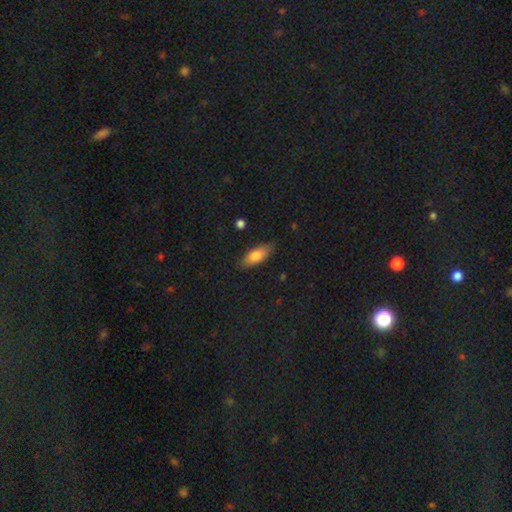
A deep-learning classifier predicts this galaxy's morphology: smooth_or_featured: smooth (p=0.77) [alt: featured or disk p=0.16]
how_rounded: in between (p=0.77) [alt: cigar-shaped p=0.21]
merging: none (p=0.84) [alt: minor disturbance p=0.12]